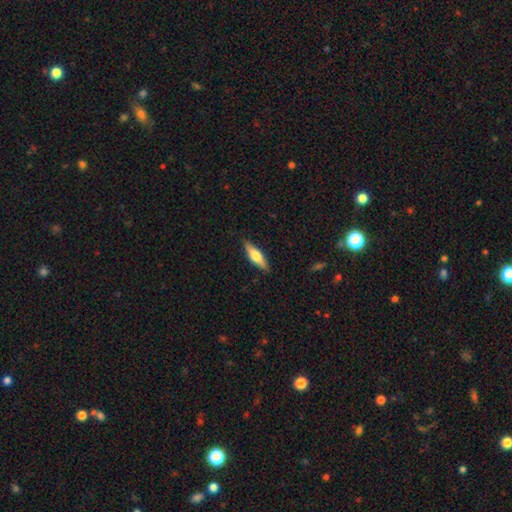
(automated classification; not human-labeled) featured or disk 48%, smooth 46%, star or artifact 6%. Down the decision tree: merging — none (88%).